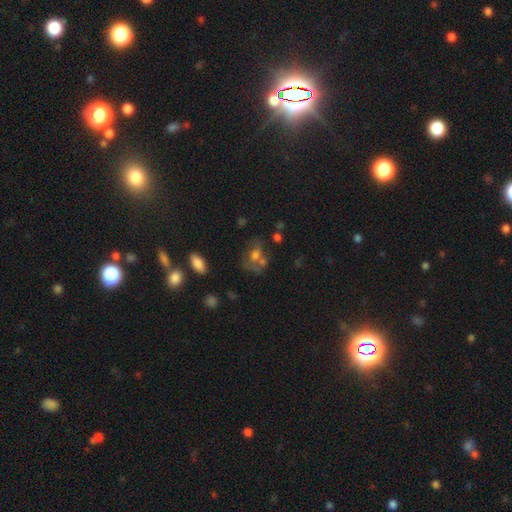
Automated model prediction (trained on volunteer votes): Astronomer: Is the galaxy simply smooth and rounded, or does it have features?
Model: smooth — 53% (runner-up: featured or disk, 31%).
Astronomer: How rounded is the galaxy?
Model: in between — 59% (runner-up: round, 39%).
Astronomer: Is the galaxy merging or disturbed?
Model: none — 42% (runner-up: merger, 25%).